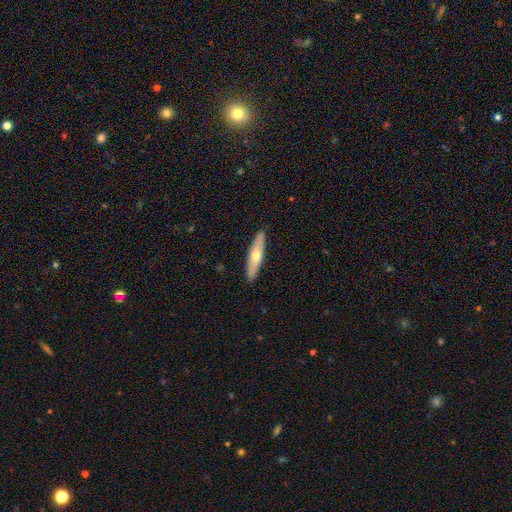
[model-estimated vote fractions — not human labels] A smooth galaxy with no disk features (51%) that is cigar-shaped (76%).

Vote fractions:
- Smooth or featured? smooth: 51% / featured or disk: 44% / star or artifact: 5%
- How rounded? cigar-shaped: 76% / in between: 22% / round: 2%
- Merging? none: 91% / minor disturbance: 7% / major disturbance: 1% / merger: 1%